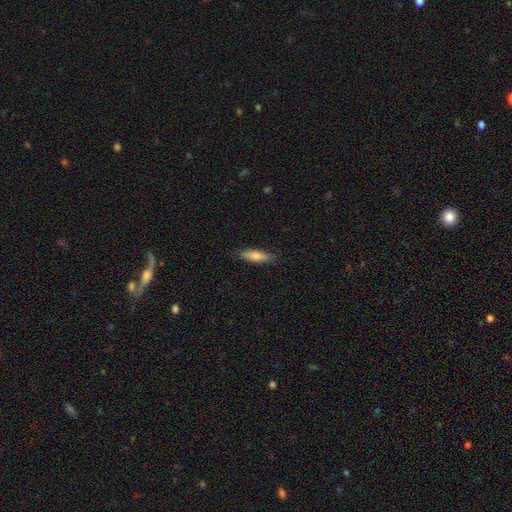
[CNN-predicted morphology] type=smooth (73%); roundness=cigar-shaped (66%); merging=none (85%).